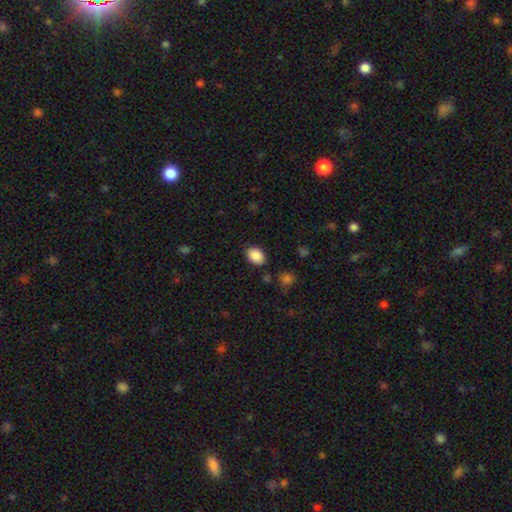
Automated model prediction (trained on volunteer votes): This is clearly a smooth galaxy (89%). How rounded: likely in between (76%). Merging: clearly none (84%).